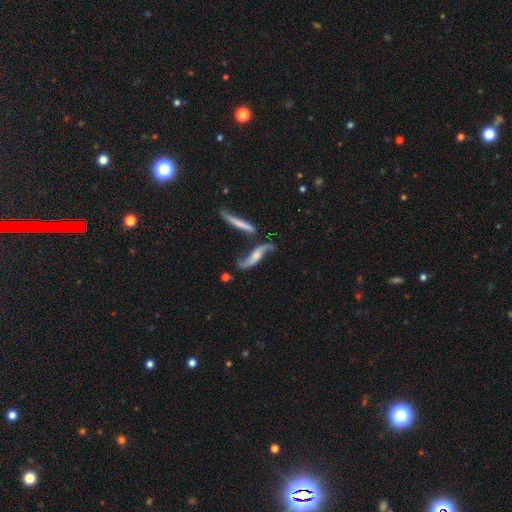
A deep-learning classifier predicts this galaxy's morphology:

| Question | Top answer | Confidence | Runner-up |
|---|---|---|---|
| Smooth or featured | featured or disk | 81% | smooth (13%) |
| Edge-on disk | no | 77% | yes (23%) |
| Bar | no | 54% | weak (31%) |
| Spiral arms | yes | 92% | no (8%) |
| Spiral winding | loose | 90% | medium (7%) |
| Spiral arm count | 2 | 91% | 1 (3%) |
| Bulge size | moderate | 35% | tied: small (35%) |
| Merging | none | 54% | minor disturbance (19%) |